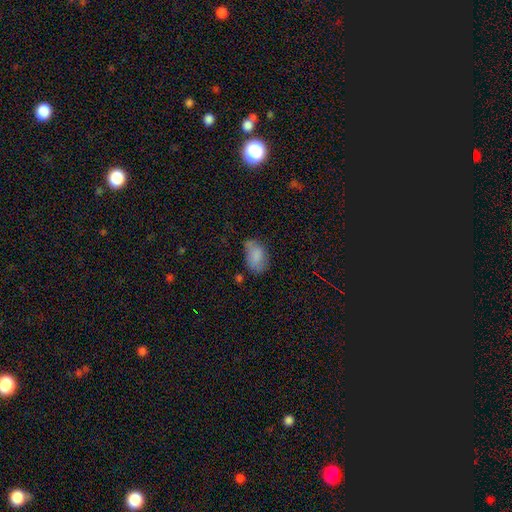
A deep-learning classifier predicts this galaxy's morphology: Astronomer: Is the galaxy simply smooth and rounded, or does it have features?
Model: smooth — 81%.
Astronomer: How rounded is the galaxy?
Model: in between — 91%.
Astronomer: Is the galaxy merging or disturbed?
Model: none — 50% (runner-up: minor disturbance, 32%).